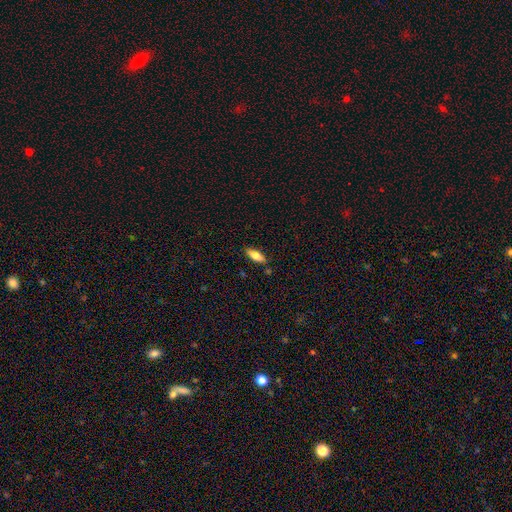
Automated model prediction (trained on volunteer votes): This appears to be a smooth galaxy with no disk features (76%) that is in between round and cigar-shaped (69%). Merging: none (83%).